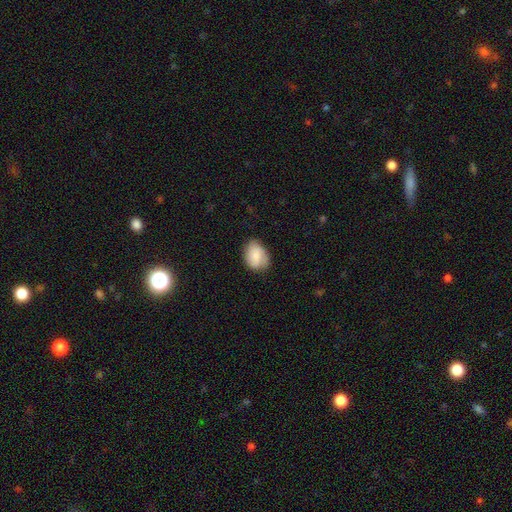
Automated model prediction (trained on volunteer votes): Smooth or featured: smooth — 70% (featured or disk — 23%)
How rounded: in between — 68% (round — 31%)
Merging: none — 72% (minor disturbance — 22%)